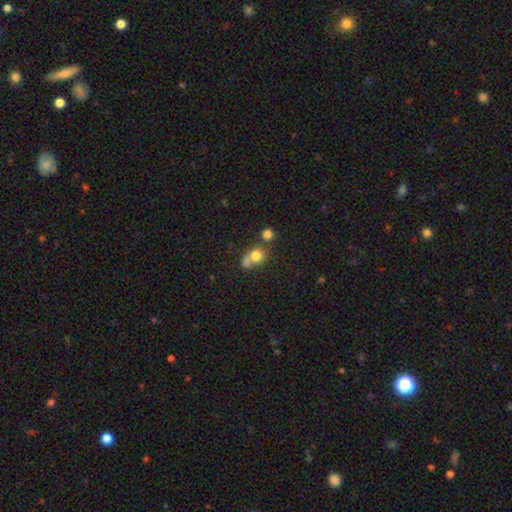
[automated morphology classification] Q: Smooth or featured?
A: smooth (75%); runner-up: featured or disk (12%)
Q: How rounded?
A: round (79%); runner-up: in between (19%)
Q: Merging?
A: merger (49%); runner-up: none (37%)